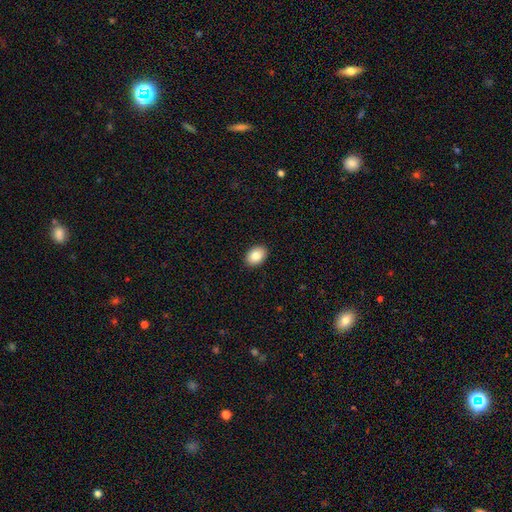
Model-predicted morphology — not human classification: The model was most divided on "how rounded": in between: 81%, round: 18%, cigar-shaped: 1%. More confident: merging — none (91%); smooth or featured — smooth (86%).